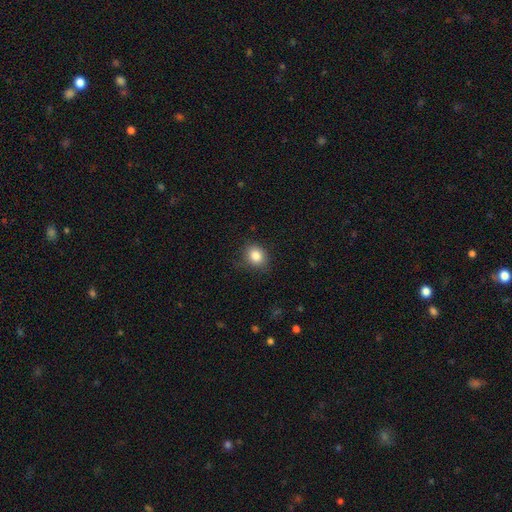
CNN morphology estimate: The model was most divided on "how rounded": round: 66%, in between: 34%, cigar-shaped: 1%. More confident: smooth or featured — smooth (84%); merging — none (79%).